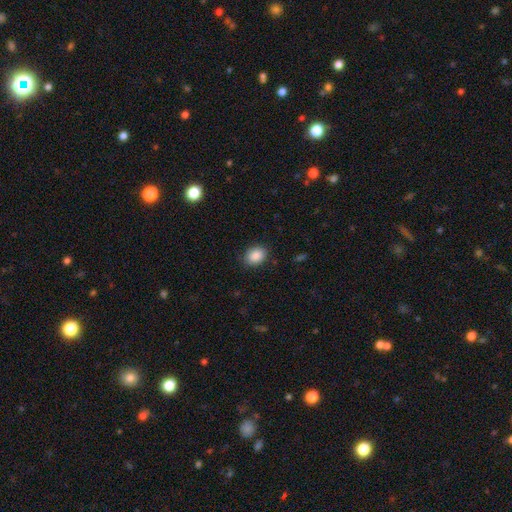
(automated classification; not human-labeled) Overall: smooth (87%). How rounded: in between (60%; round 39%). Merging: none (86%).